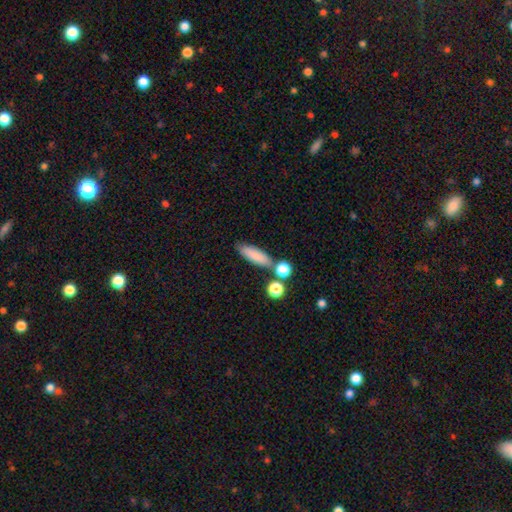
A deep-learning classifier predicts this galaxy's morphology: smooth 83%, featured or disk 9%, star or artifact 7%. Down the decision tree: how rounded — cigar-shaped (54%); merging — none (72%).